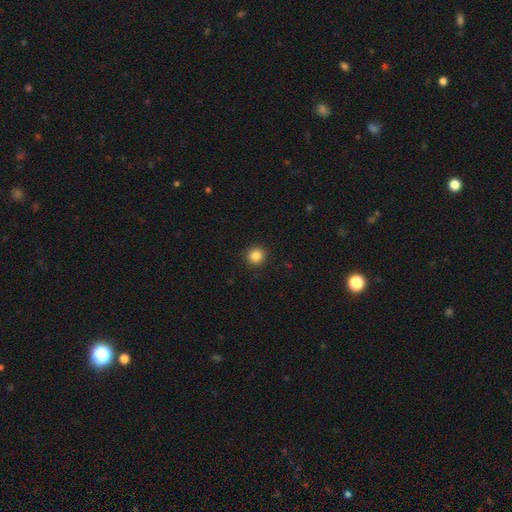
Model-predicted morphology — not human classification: This is clearly a smooth galaxy (85%). How rounded: clearly round (92%). Merging: clearly none (91%).